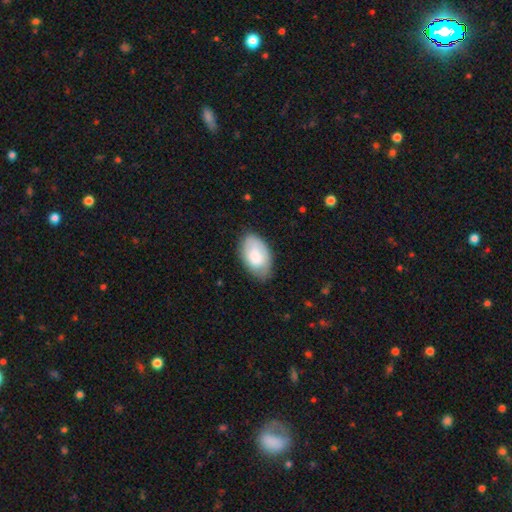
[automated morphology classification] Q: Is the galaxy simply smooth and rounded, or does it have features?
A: smooth — 74%.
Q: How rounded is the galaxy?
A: in between — 93%.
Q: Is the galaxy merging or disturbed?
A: none — 72%.